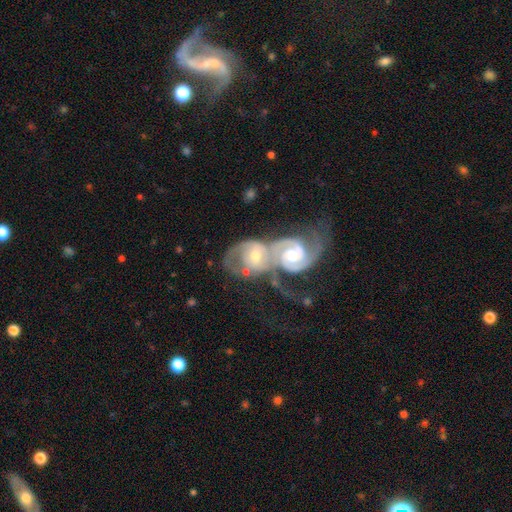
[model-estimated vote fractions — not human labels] Smooth or featured? Predicted: featured or disk (p=0.84). Edge-on disk? Predicted: no (p=0.97). Bar? Predicted: no (p=0.49). Spiral arms? Predicted: yes (p=0.94). Spiral winding? Predicted: tight (p=0.45). Spiral arm count? Predicted: 2 (p=0.76). Bulge size? Predicted: moderate (p=0.64). Merging? Predicted: merger (p=0.81).